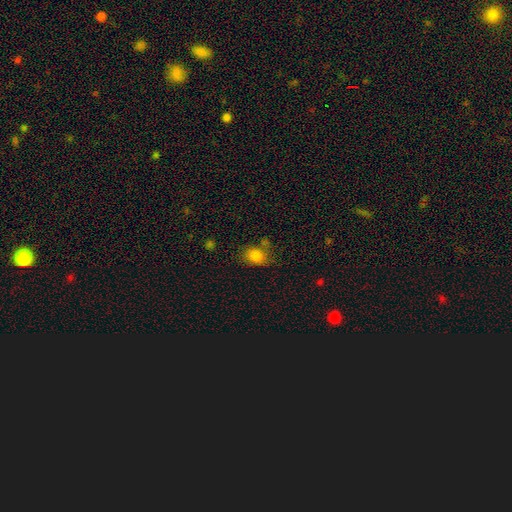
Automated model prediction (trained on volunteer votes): Q: Smooth or featured?
A: smooth (82%); runner-up: star or artifact (10%)
Q: How rounded?
A: in between (55%); runner-up: round (43%)
Q: Merging?
A: none (61%); runner-up: minor disturbance (21%)